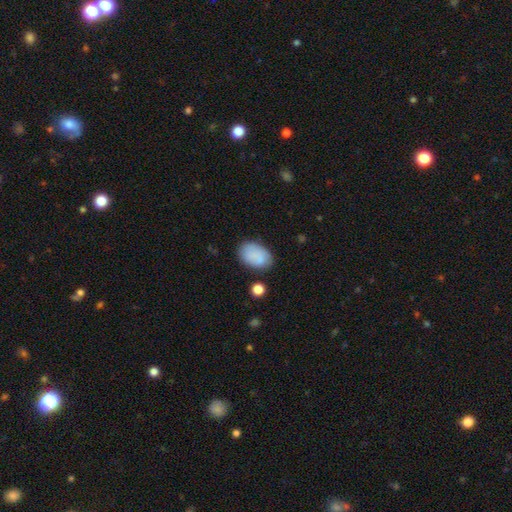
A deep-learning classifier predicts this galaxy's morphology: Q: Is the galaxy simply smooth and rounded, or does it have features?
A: smooth — 83%.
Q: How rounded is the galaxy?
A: in between — 89%.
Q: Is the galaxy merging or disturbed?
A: none — 70%.